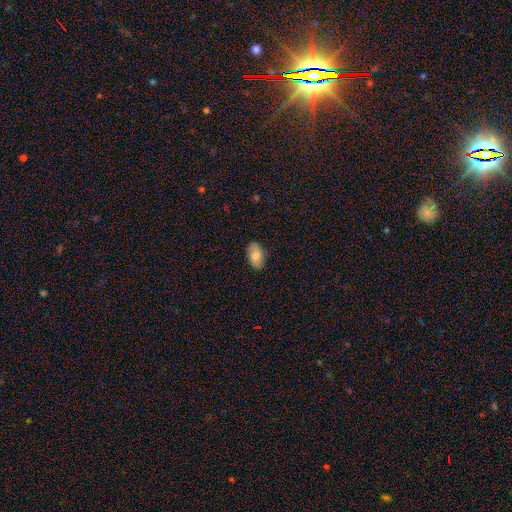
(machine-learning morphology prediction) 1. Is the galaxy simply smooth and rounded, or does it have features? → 77% smooth, 16% featured or disk, 7% star or artifact.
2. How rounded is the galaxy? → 93% in between, 5% round, 2% cigar-shaped.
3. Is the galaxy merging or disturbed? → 85% none, 12% minor disturbance, 2% major disturbance, 1% merger.